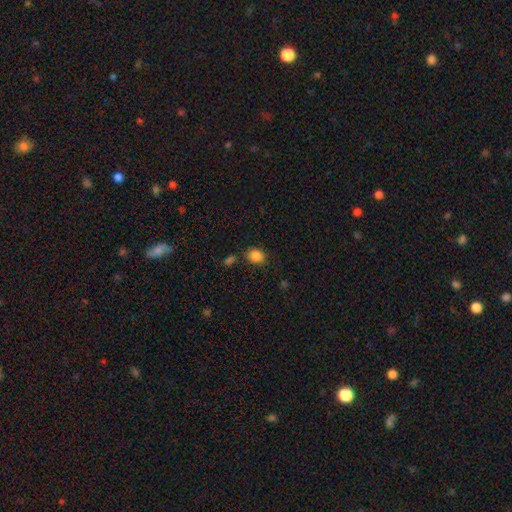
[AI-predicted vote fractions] This appears to be a smooth galaxy with no disk features (86%) that is in between round and cigar-shaped (56%). Merging: none (77%).